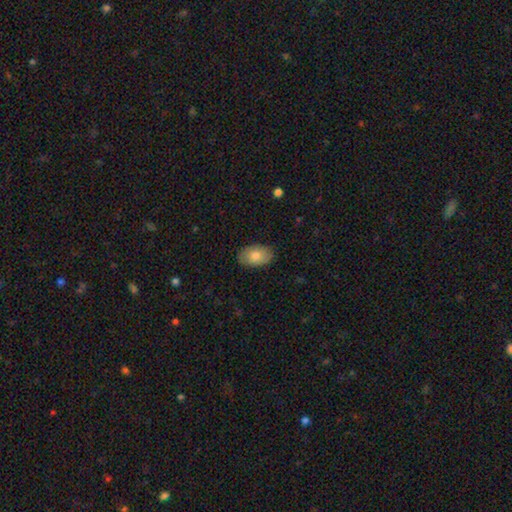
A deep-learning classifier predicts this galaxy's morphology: A smooth galaxy with no disk features (78%) that is in between round and cigar-shaped (92%).

Vote fractions:
- Smooth or featured? smooth: 78% / featured or disk: 15% / star or artifact: 7%
- How rounded? in between: 92% / round: 7% / cigar-shaped: 1%
- Merging? none: 86% / minor disturbance: 11% / major disturbance: 2% / merger: 1%